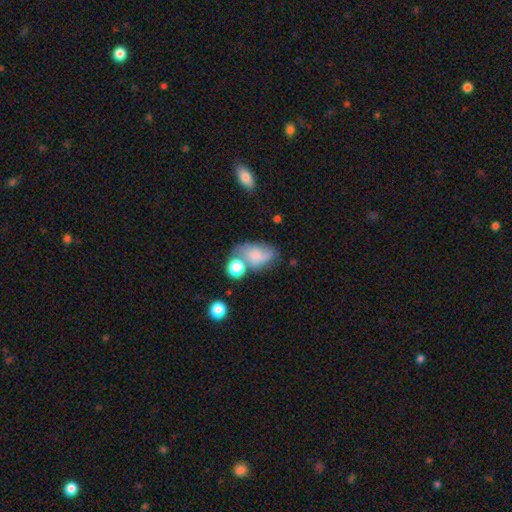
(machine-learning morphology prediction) smooth_or_featured: smooth (p=0.60) [alt: featured or disk p=0.29]
how_rounded: in between (p=0.80) [alt: round p=0.18]
merging: none (p=0.35) [alt: minor disturbance p=0.25]